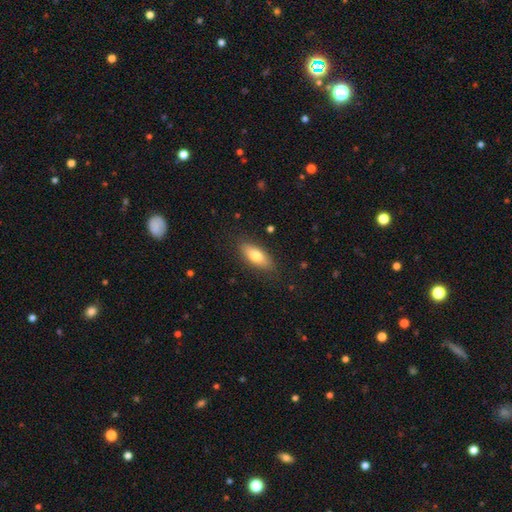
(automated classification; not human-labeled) The model was most divided on "smooth or featured": smooth: 75%, featured or disk: 19%, star or artifact: 6%. More confident: merging — none (83%); how rounded — in between (77%).